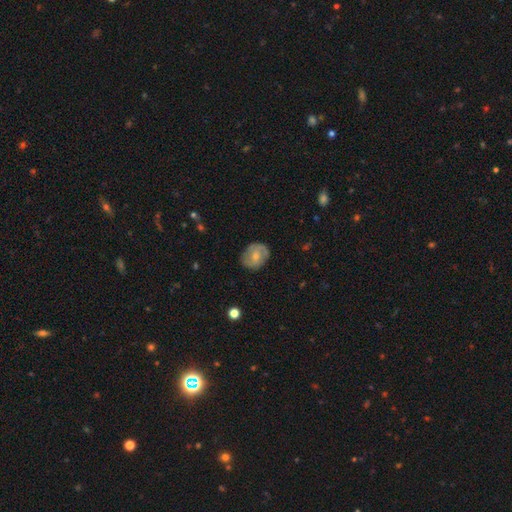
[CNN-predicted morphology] Smooth or featured? Predicted: smooth (p=0.47). Merging? Predicted: none (p=0.75).